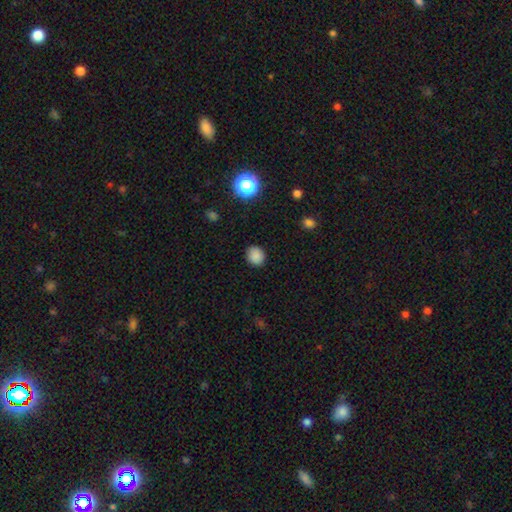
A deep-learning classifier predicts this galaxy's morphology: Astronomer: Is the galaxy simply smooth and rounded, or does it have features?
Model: smooth — 85%.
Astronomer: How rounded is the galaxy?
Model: round — 79%.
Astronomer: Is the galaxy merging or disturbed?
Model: none — 88%.